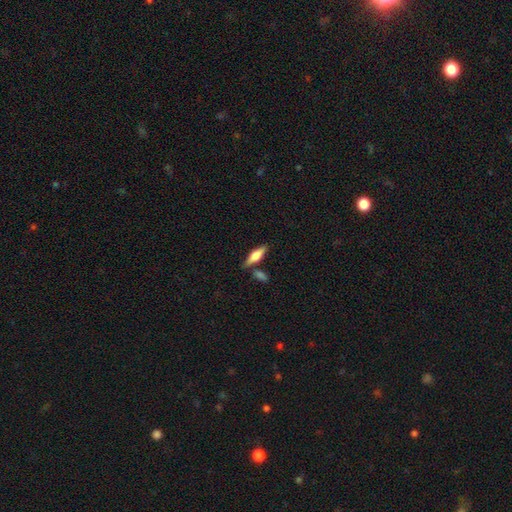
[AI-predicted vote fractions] Smooth or featured: smooth — 49% (featured or disk — 45%)
Merging: none — 74% (minor disturbance — 12%)